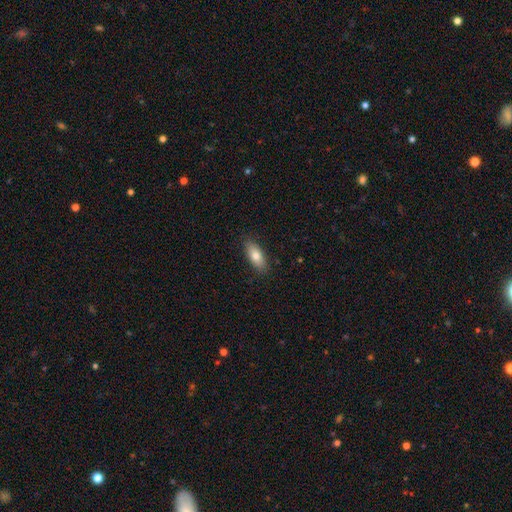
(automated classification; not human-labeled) smooth_or_featured: smooth (p=0.79) [alt: featured or disk p=0.14]
how_rounded: in between (p=0.79) [alt: cigar-shaped p=0.19]
merging: none (p=0.87) [alt: minor disturbance p=0.10]